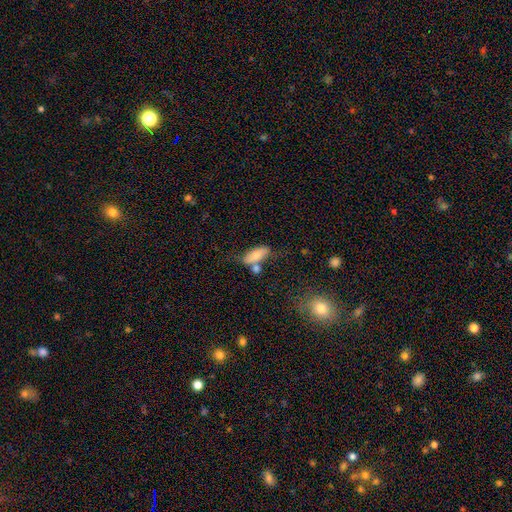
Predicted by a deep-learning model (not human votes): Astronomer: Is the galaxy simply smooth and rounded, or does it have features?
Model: smooth — 73%.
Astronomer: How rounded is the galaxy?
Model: in between — 76%.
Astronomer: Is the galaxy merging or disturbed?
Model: none — 50%.